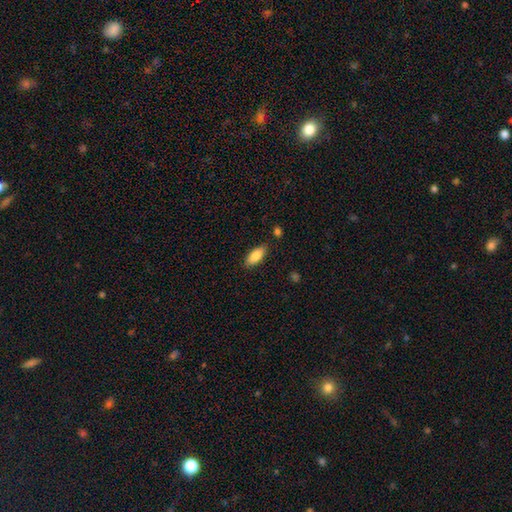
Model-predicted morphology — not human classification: Smooth or featured: smooth — 85% (featured or disk — 9%)
How rounded: in between — 85% (cigar-shaped — 13%)
Merging: none — 84% (minor disturbance — 11%)